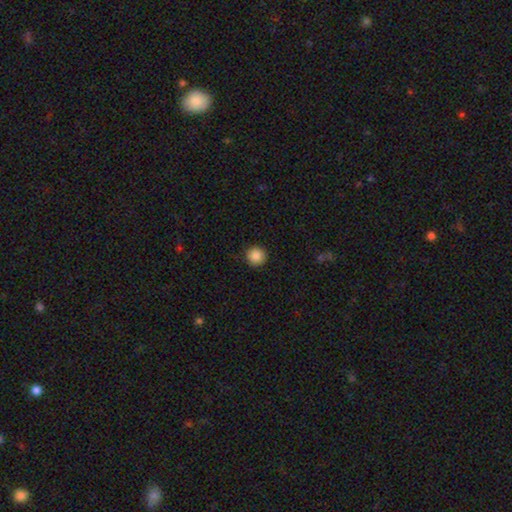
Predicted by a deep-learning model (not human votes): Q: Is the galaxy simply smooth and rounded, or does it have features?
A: smooth — 87%.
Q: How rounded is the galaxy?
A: round — 95%.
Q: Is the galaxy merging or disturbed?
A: none — 92%.